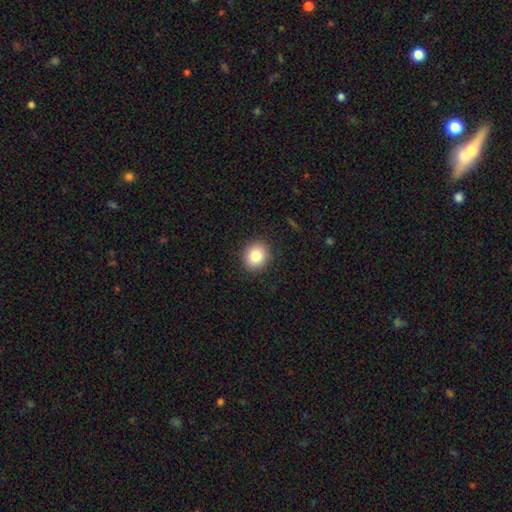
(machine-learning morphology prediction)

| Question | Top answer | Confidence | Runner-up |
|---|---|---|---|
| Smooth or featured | smooth | 83% | star or artifact (9%) |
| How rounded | round | 78% | in between (21%) |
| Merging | none | 90% | minor disturbance (7%) |